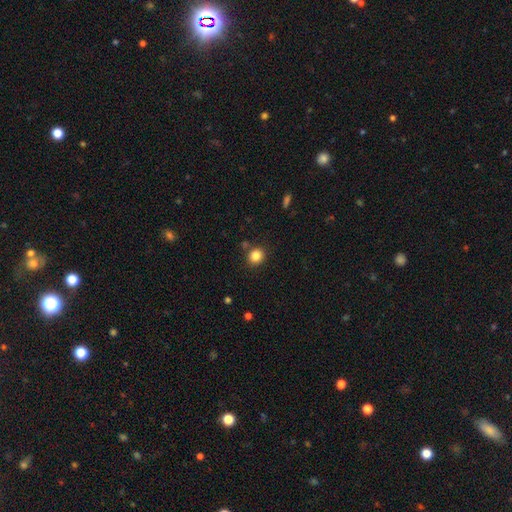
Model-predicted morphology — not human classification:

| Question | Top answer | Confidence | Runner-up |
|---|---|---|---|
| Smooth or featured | smooth | 84% | star or artifact (11%) |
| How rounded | round | 79% | in between (20%) |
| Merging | none | 85% | minor disturbance (8%) |